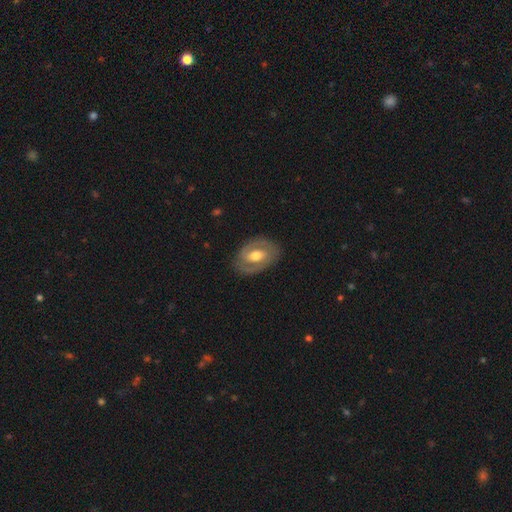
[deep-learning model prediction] smooth_or_featured: featured or disk (p=0.70) [alt: smooth p=0.25]
disk_edge_on: no (p=0.95) [alt: yes p=0.05]
bar: weak (p=0.42) [alt: no p=0.37]
has_spiral_arms: yes (p=0.70) [alt: no p=0.30]
bulge_size: moderate (p=0.69) [alt: large p=0.16]
merging: none (p=0.82) [alt: minor disturbance p=0.12]